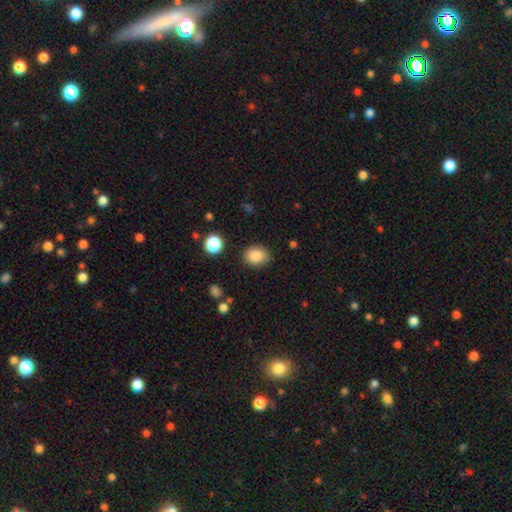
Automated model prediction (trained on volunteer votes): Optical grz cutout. It shows a smooth galaxy with no disk features (86%) that is in between round and cigar-shaped (52%). Merging: none (84%).